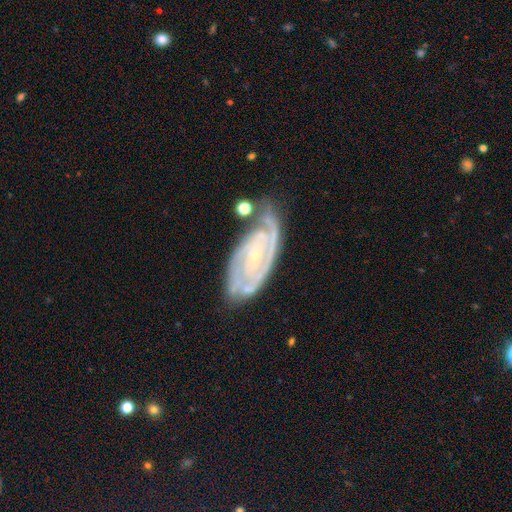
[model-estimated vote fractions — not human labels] Smooth or featured? featured or disk (86%)
Edge-on disk? no (95%)
Bar? no (53%)
Spiral arms? yes (95%)
Spiral winding? tight (70%)
Spiral arm count? 2 (48%)
Bulge size? small (82%)
Merging? none (58%)